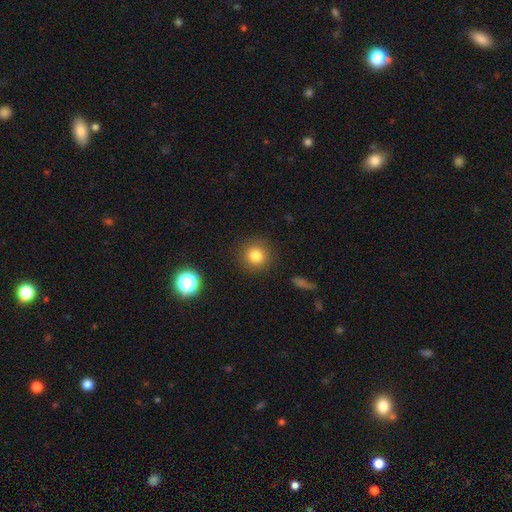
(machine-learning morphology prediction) smooth_or_featured: smooth (p=0.81) [alt: star or artifact p=0.13]
how_rounded: round (p=0.93) [alt: in between p=0.06]
merging: none (p=0.90) [alt: minor disturbance p=0.06]